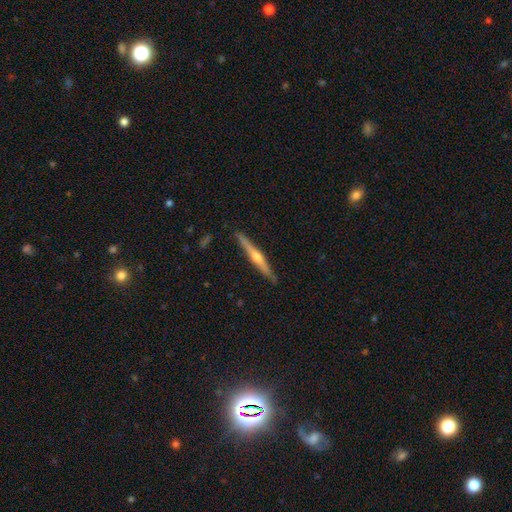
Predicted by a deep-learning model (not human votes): The model was most divided on "smooth or featured": featured or disk: 68%, smooth: 27%, star or artifact: 5%. More confident: edge-on disk — yes (98%); merging — none (89%); edge-on bulge — rounded (87%).